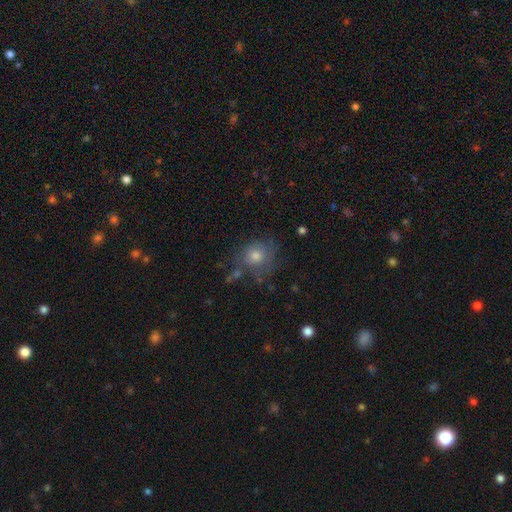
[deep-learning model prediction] This appears to be a smooth galaxy with no disk features (70%) that is round (81%). Merging: none (64%).